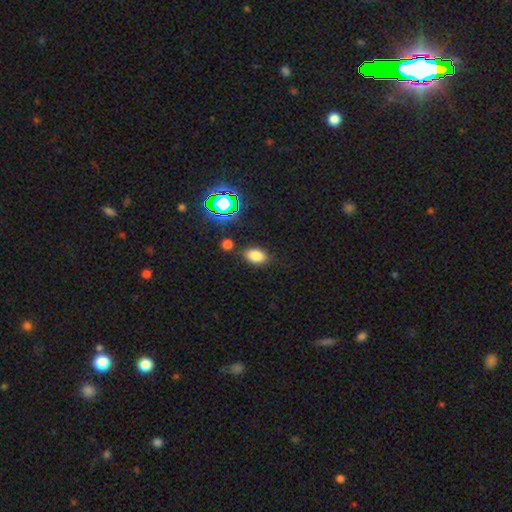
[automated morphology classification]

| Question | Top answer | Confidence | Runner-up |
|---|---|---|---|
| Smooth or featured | smooth | 77% | star or artifact (16%) |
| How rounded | in between | 88% | round (10%) |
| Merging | none | 82% | minor disturbance (11%) |